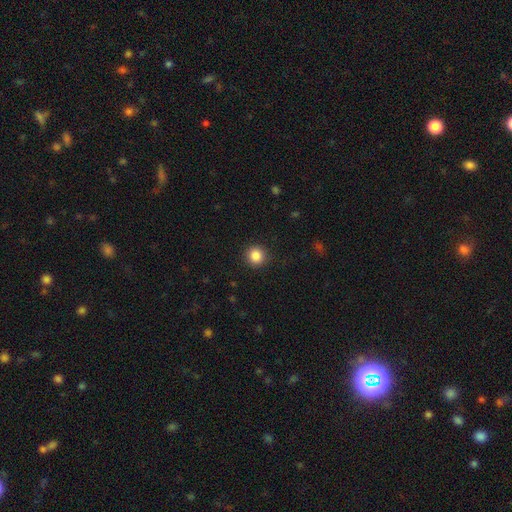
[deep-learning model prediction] A smooth galaxy with no disk features (87%) that is round (94%).

Vote fractions:
- Smooth or featured? smooth: 87% / star or artifact: 10% / featured or disk: 3%
- How rounded? round: 94% / in between: 5% / cigar-shaped: 1%
- Merging? none: 91% / minor disturbance: 5% / major disturbance: 2% / merger: 1%